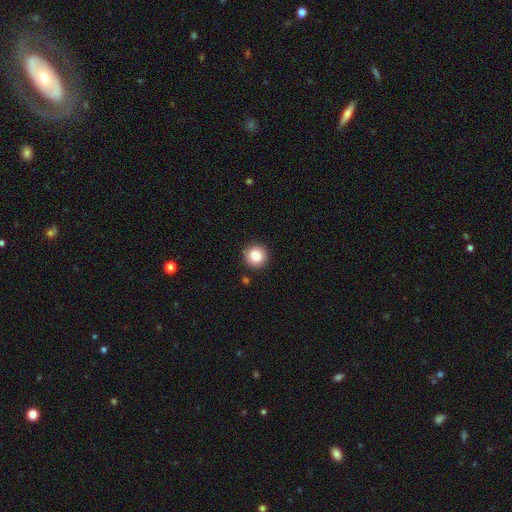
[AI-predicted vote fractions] A smooth galaxy with no disk features (84%) that is round (95%). Merging: none (90%).